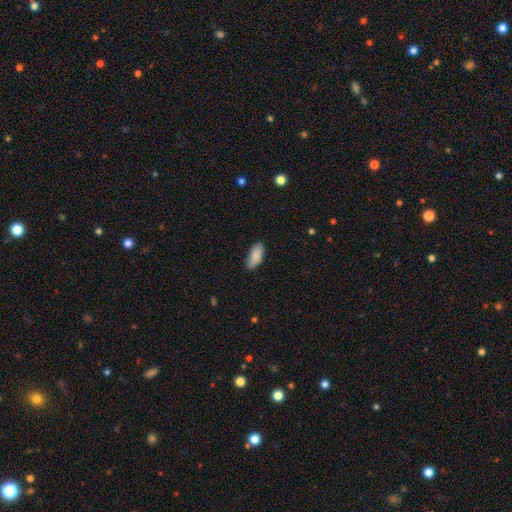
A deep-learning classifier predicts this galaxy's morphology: type=smooth (86%); roundness=in between (87%); merging=none (79%).